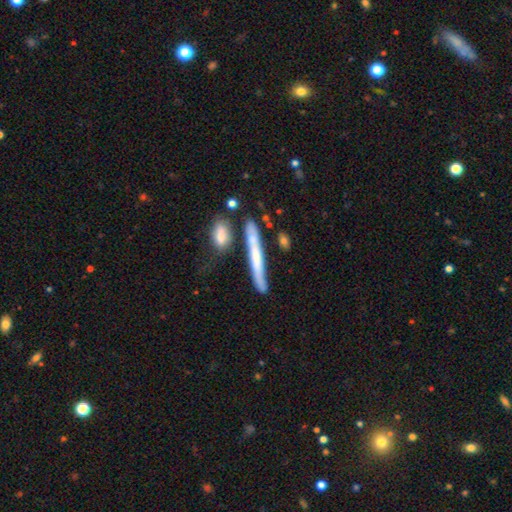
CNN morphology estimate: This appears to be a smooth galaxy with no disk features (47%). Merging: none (66%).